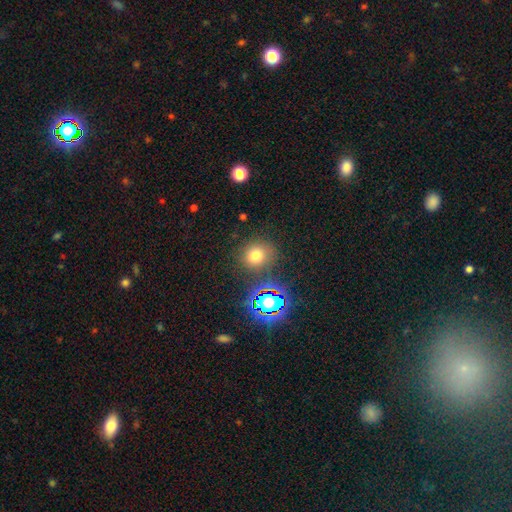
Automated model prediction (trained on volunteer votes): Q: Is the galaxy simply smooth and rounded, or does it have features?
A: smooth — 70%.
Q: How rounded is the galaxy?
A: round — 81%.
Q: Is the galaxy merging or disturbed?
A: none — 80%.